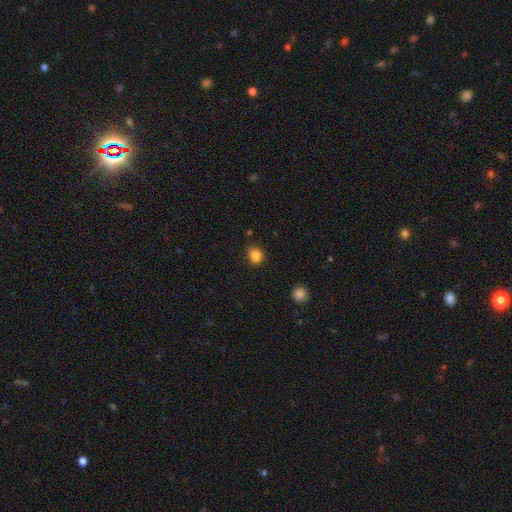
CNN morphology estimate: Overall: smooth (85%). How rounded: round (72%). Merging: none (86%).